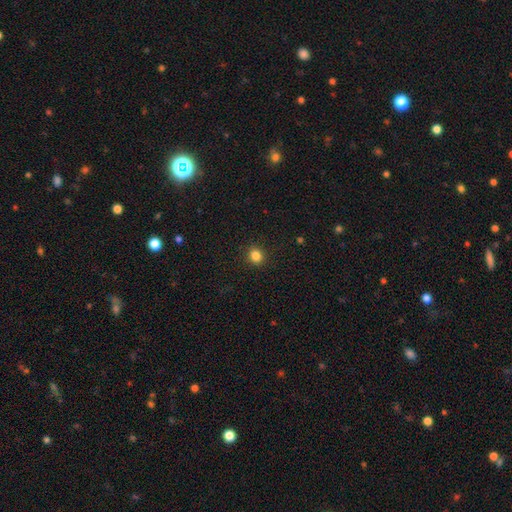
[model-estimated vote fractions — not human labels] A smooth galaxy with no disk features (84%) that is round (79%). Merging: none (90%).